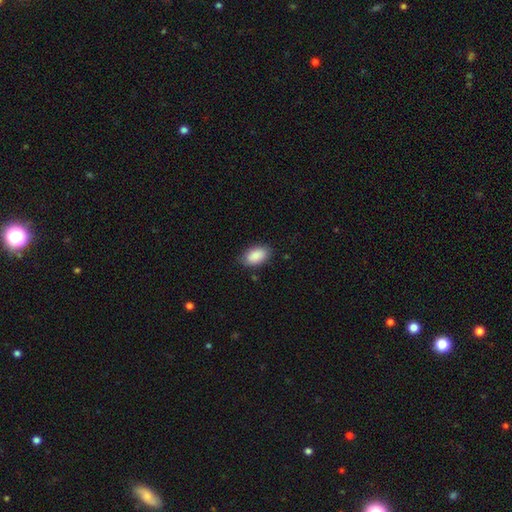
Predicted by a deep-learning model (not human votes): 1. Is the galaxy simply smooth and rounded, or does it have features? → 89% smooth, 6% star or artifact, 5% featured or disk.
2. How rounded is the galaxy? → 94% in between, 5% round, 2% cigar-shaped.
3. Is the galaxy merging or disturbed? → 82% none, 14% minor disturbance, 3% major disturbance, 1% merger.